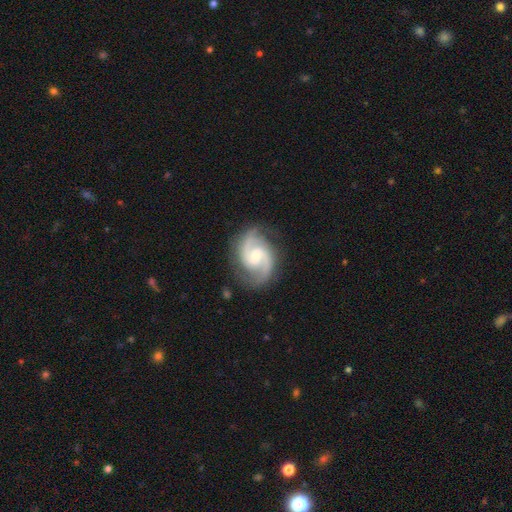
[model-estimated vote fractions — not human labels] The model was most divided on "bulge size": moderate: 51%, small: 41%, none: 4%, large: 4%, dominant: 1%. More confident: spiral arms — yes (98%); edge-on disk — no (98%); smooth or featured — featured or disk (91%); spiral arm count — 2 (90%); merging — none (79%); spiral winding — medium (60%); bar — weak (52%).